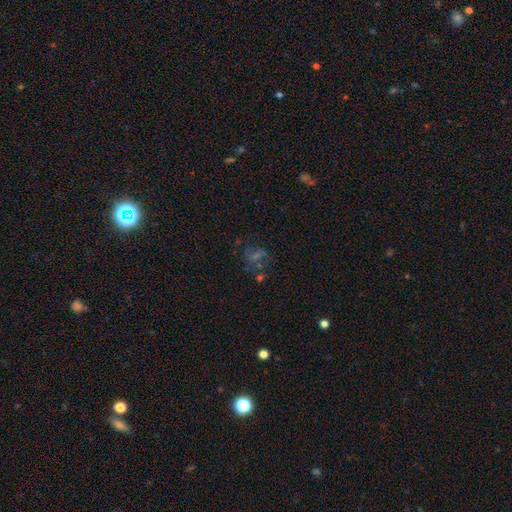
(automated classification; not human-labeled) Smooth or featured? star or artifact (39%)